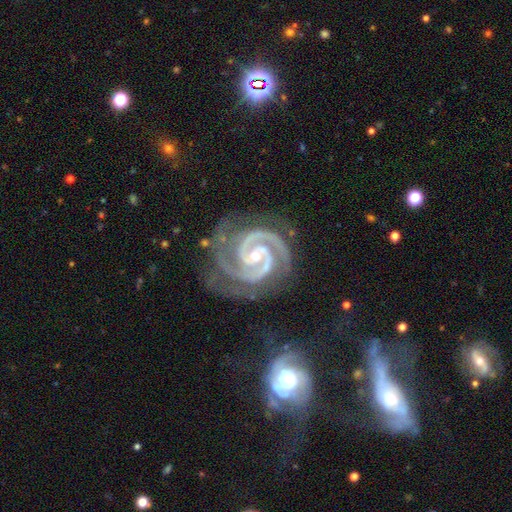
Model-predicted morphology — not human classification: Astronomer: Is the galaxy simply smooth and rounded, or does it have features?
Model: featured or disk — 94%.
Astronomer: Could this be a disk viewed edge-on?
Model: no — 98%.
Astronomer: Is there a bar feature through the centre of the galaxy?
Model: no — 43% (runner-up: weak, 35%).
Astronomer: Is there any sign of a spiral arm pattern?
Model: yes — 99%.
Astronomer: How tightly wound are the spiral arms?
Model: tight — 67%.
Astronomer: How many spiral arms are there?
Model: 2 — 71%.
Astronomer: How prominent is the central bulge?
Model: small — 64%.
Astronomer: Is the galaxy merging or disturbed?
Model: none — 66%.